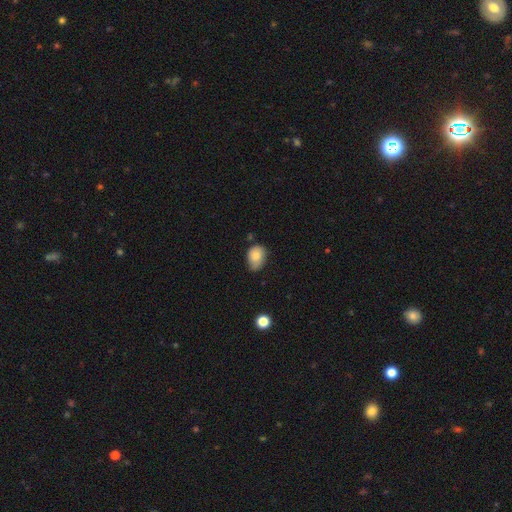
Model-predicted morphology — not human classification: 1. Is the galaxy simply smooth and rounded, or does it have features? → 79% smooth, 13% featured or disk, 8% star or artifact.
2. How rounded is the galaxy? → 66% in between, 33% round, 1% cigar-shaped.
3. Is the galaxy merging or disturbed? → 49% none, 40% minor disturbance, 7% major disturbance, 3% merger.